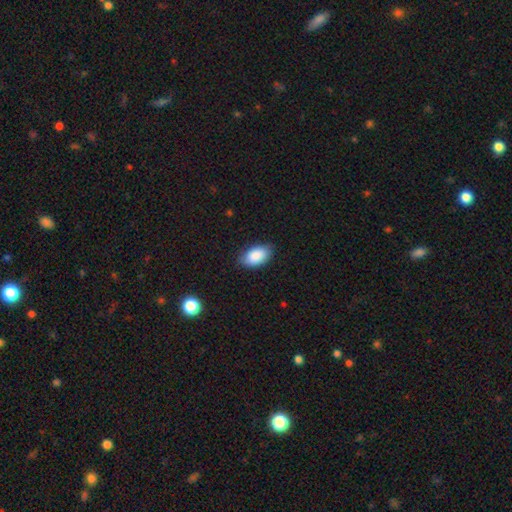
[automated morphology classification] Overall: smooth (89%). How rounded: in between (94%). Merging: none (82%).